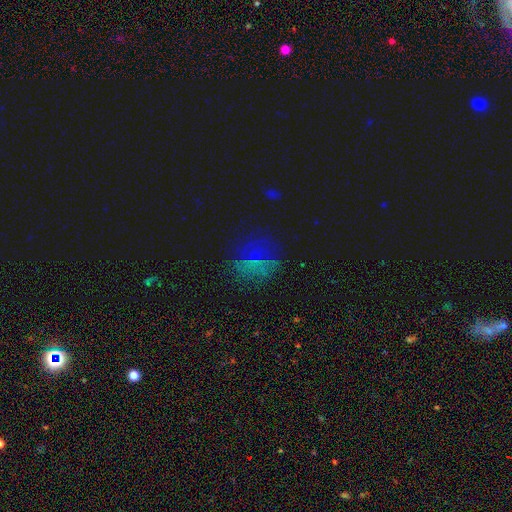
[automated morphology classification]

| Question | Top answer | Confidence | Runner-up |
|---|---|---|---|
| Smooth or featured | star or artifact | 38% | smooth (37%) |